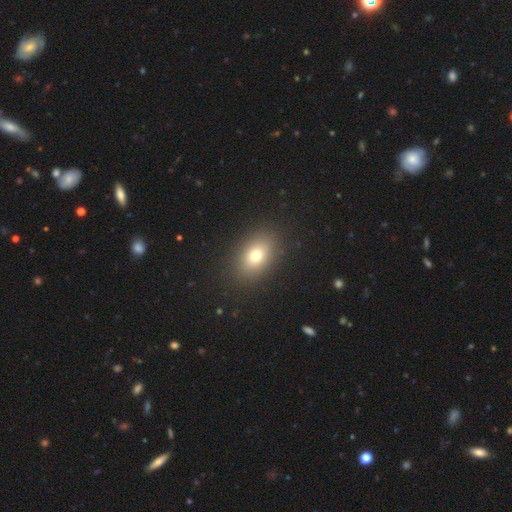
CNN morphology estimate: The model was most divided on "how rounded": in between: 77%, round: 21%, cigar-shaped: 2%. More confident: merging — none (88%); smooth or featured — smooth (75%).